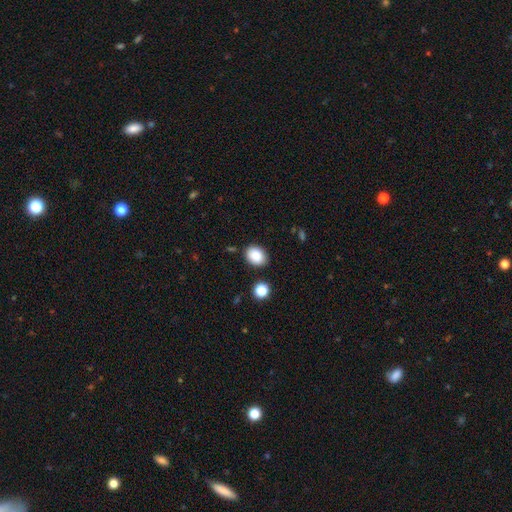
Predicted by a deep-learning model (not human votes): Smooth or featured? smooth (87%)
How rounded? in between (65%)
Merging? none (82%)